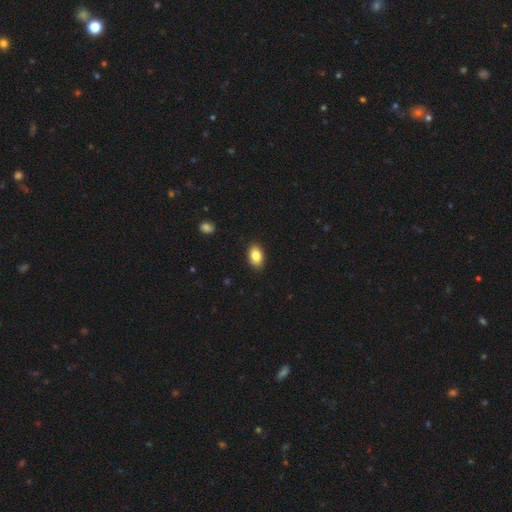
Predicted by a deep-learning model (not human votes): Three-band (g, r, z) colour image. It shows a smooth galaxy with no disk features (84%) that is in between round and cigar-shaped (86%). Merging: none (89%).